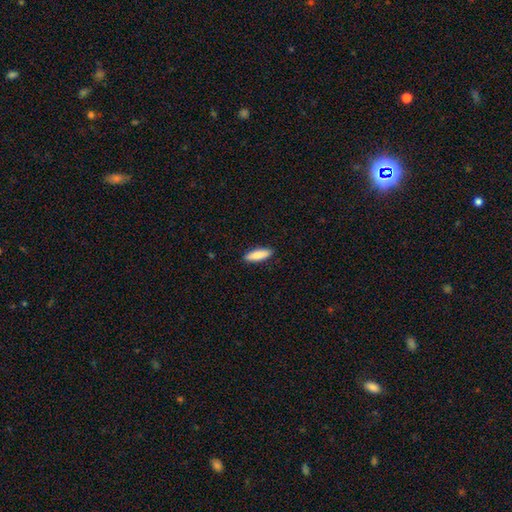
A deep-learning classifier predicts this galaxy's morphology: Smooth or featured?
  - smooth: 86% *
  - featured or disk: 9%
  - star or artifact: 5%
How rounded?
  - cigar-shaped: 55% *
  - in between: 43%
  - round: 2%
Merging?
  - none: 90% *
  - minor disturbance: 7%
  - major disturbance: 2%
  - merger: 1%